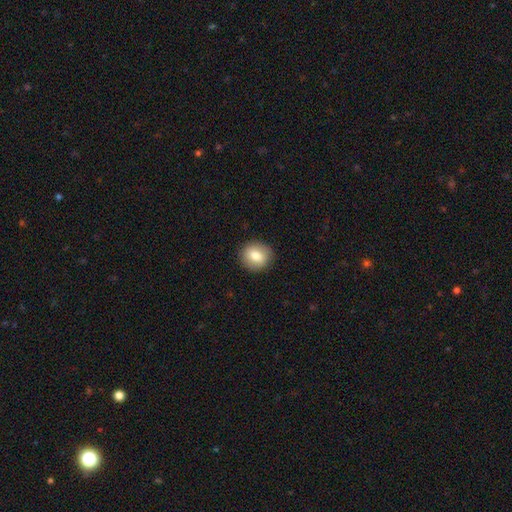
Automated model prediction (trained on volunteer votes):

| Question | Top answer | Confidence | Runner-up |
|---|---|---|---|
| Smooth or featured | smooth | 77% | featured or disk (14%) |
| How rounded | round | 86% | in between (13%) |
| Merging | none | 90% | minor disturbance (7%) |